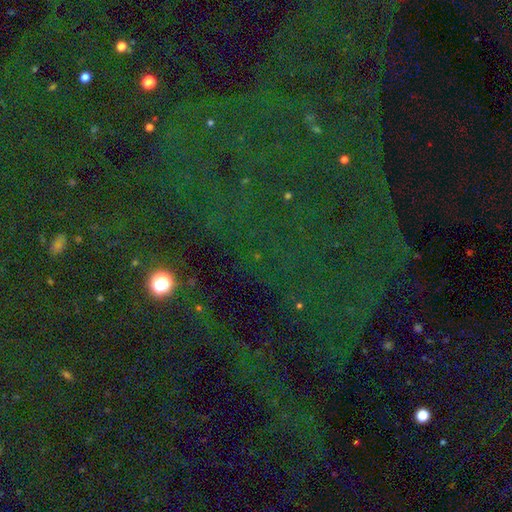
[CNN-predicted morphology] smooth-or-featured: star or artifact: 82% | smooth: 10% | featured or disk: 8%